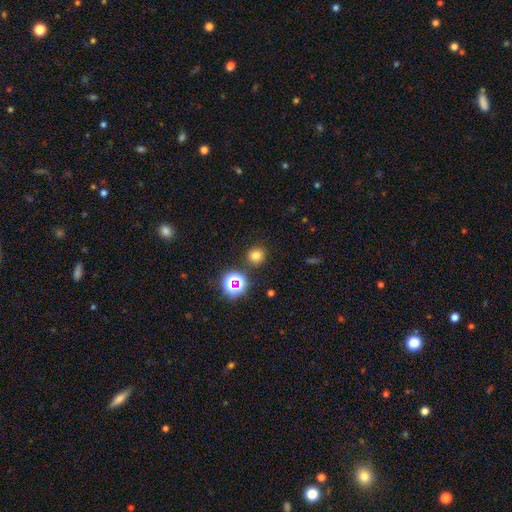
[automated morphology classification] The model was most divided on "smooth or featured": smooth: 73%, star or artifact: 21%, featured or disk: 6%. More confident: how rounded — round (90%); merging — none (87%).